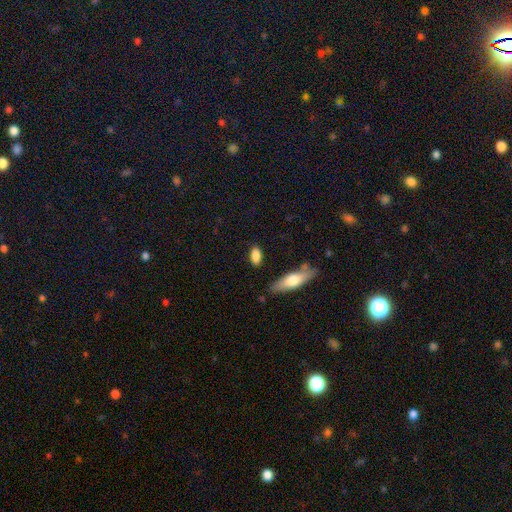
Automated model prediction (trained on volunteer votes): Smooth or featured? smooth (85%)
How rounded? in between (82%)
Merging? none (81%)